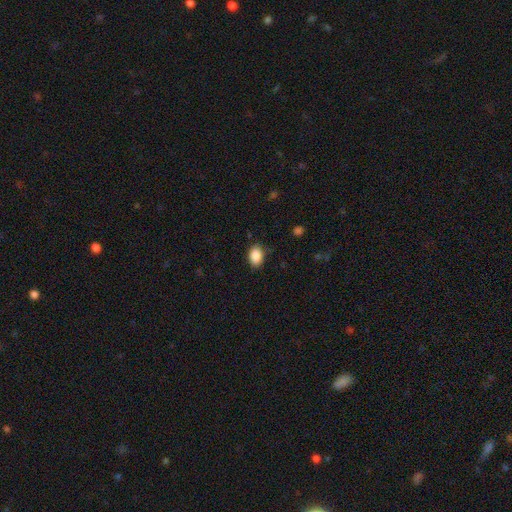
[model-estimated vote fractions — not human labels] Overall: smooth (88%). How rounded: in between (84%). Merging: none (83%).